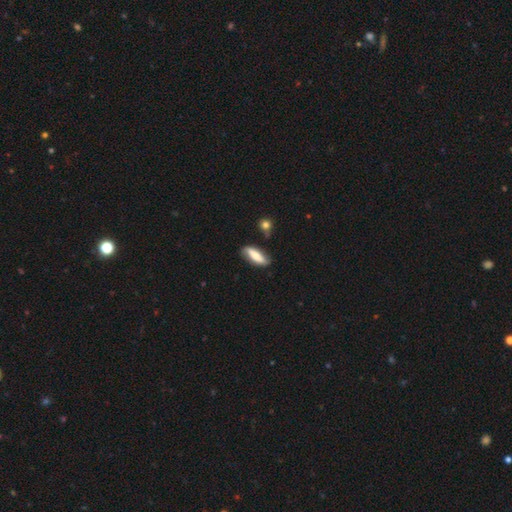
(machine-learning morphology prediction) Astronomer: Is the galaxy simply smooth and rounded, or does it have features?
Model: smooth — 58% (runner-up: featured or disk, 36%).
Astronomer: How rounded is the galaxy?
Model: in between — 65%.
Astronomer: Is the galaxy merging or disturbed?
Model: none — 74%.